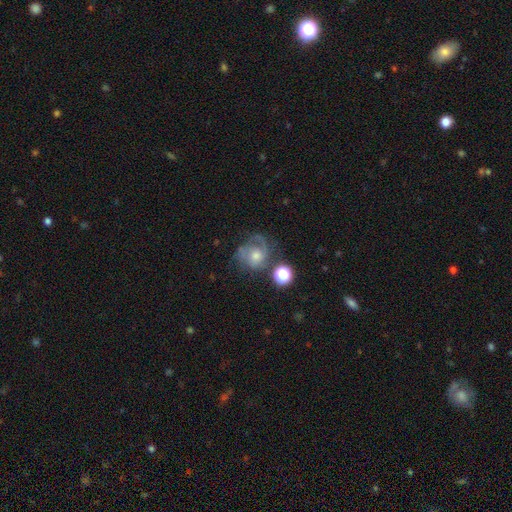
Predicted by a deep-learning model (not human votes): A featured or disk galaxy (63%) with no bar (74%), 2 (30%) medium (41%) spiral arms (86%) and a moderate central bulge (56%). Merging: none (50%).